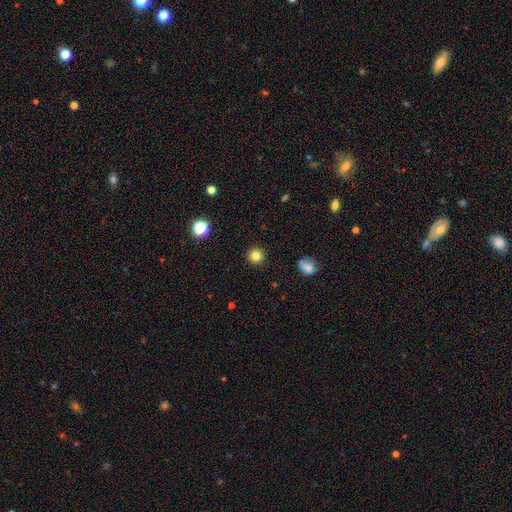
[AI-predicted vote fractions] smooth 82%, star or artifact 12%, featured or disk 6%. Down the decision tree: how rounded — round (94%); merging — none (92%).